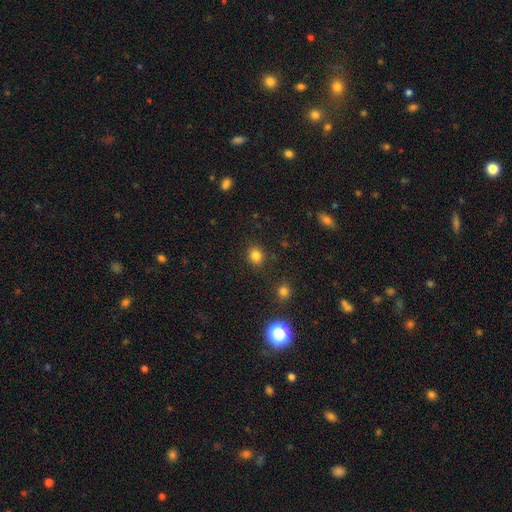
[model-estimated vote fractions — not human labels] This appears to be a smooth galaxy with no disk features (81%) that is round (73%). Merging: none (86%).